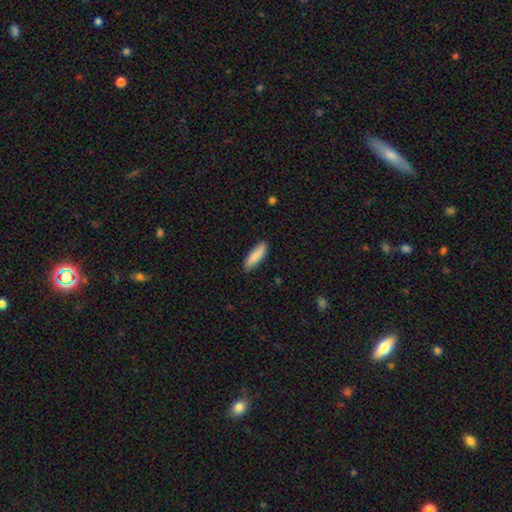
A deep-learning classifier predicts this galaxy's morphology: This appears to be a smooth galaxy with no disk features (86%) that is cigar-shaped (53%). Merging: none (86%).